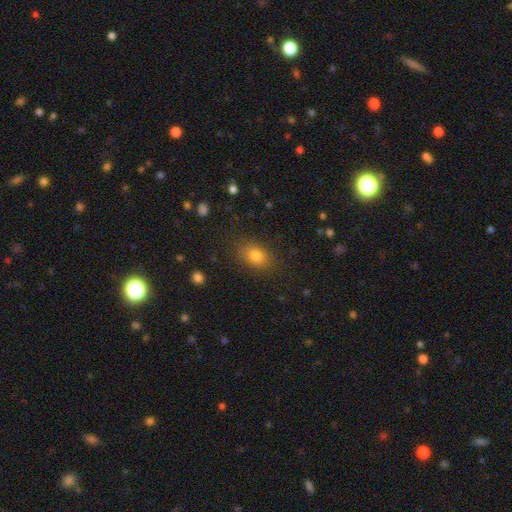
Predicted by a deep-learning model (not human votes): smooth 80%, star or artifact 12%, featured or disk 8%. Down the decision tree: how rounded — in between (69%); merging — none (84%).